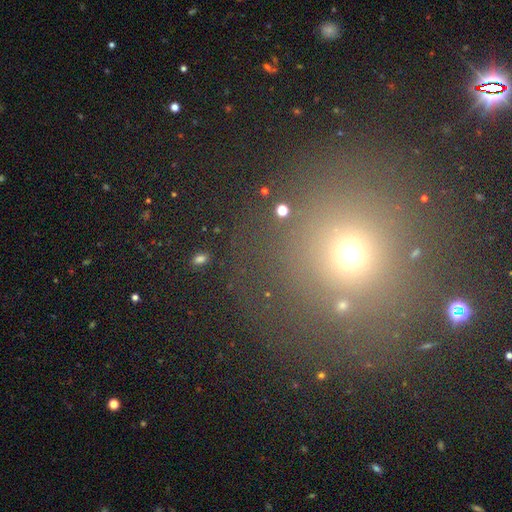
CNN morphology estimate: Overall: smooth (56%; star or artifact 36%). How rounded: round (93%). Merging: none (84%).